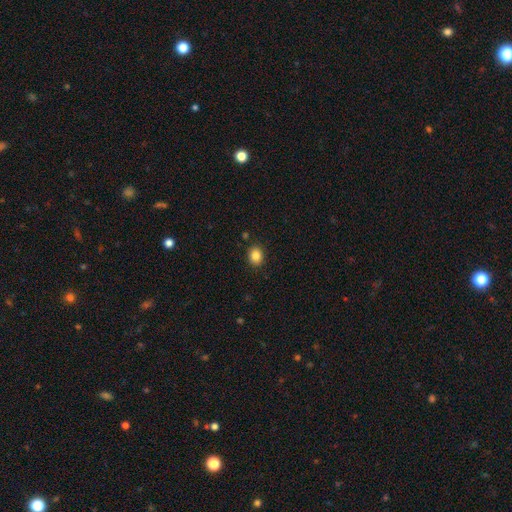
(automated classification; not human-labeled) The model was most divided on "how rounded": round: 55%, in between: 44%, cigar-shaped: 1%. More confident: merging — none (89%); smooth or featured — smooth (86%).